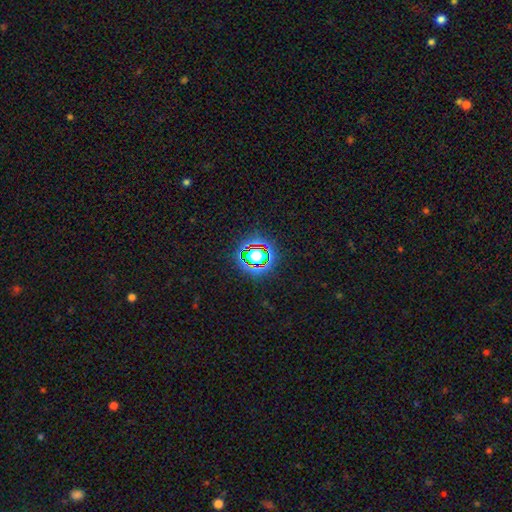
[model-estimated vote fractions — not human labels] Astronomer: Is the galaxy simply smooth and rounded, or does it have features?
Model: star or artifact — 62%.